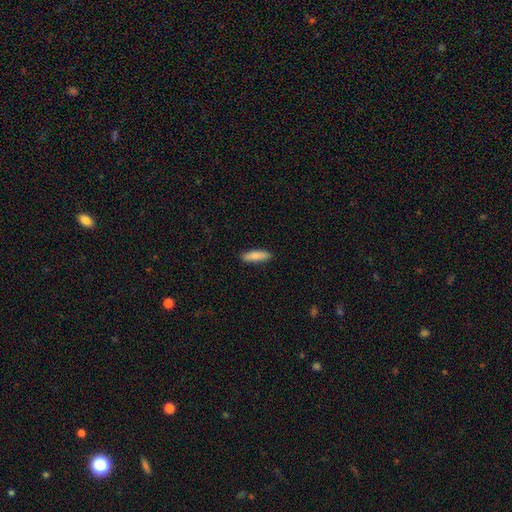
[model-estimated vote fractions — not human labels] Smooth or featured: smooth — 86% (featured or disk — 8%)
How rounded: cigar-shaped — 55% (in between — 43%)
Merging: none — 89% (minor disturbance — 8%)